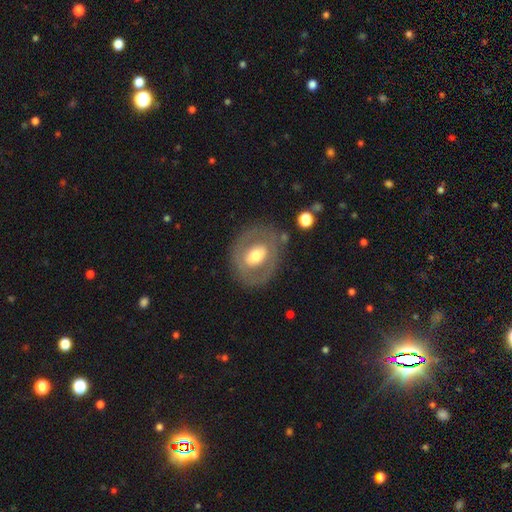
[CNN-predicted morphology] The model was most divided on "smooth or featured": featured or disk: 53%, smooth: 40%, star or artifact: 6%. More confident: edge-on disk — no (93%); merging — none (76%).